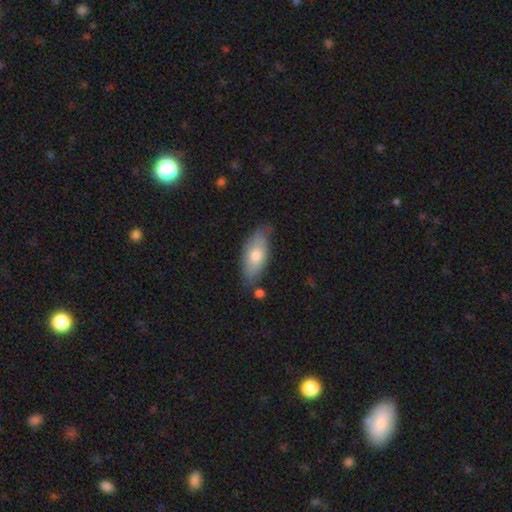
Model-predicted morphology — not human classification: type=smooth (68%); roundness=in between (84%); merging=none (71%).